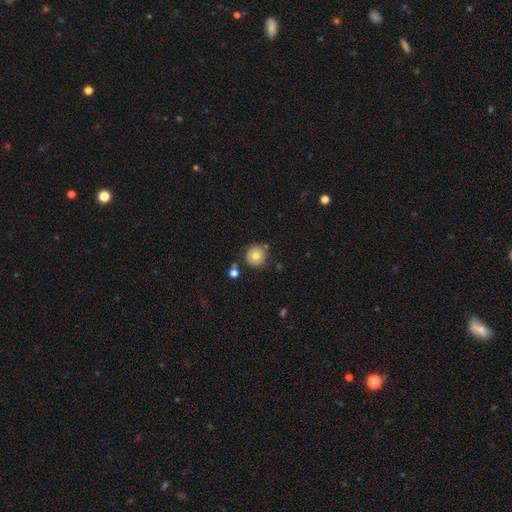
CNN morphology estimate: Smooth or featured? smooth (76%)
How rounded? round (94%)
Merging? none (82%)